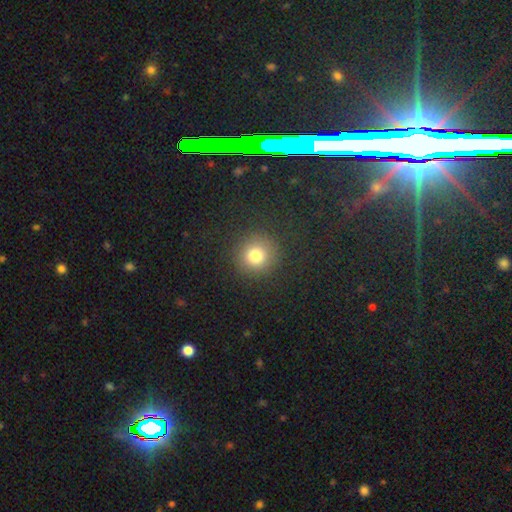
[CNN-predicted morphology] Smooth or featured? smooth (78%)
How rounded? round (94%)
Merging? none (89%)